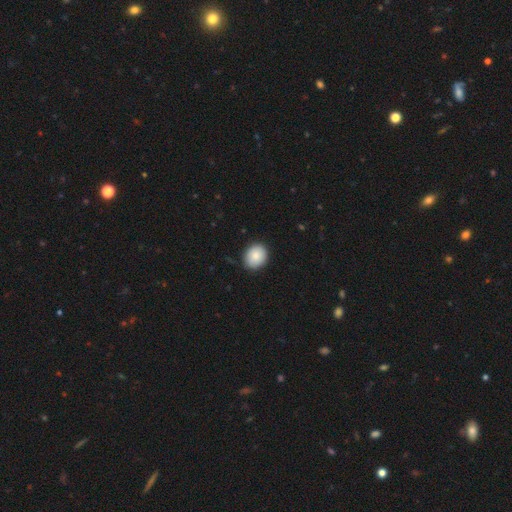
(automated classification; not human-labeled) smooth-or-featured: smooth: 86% | star or artifact: 7% | featured or disk: 6%
  how-rounded: round: 57% | in between: 42% | cigar-shaped: 1%
  merging: none: 86% | minor disturbance: 11% | major disturbance: 2% | merger: 1%